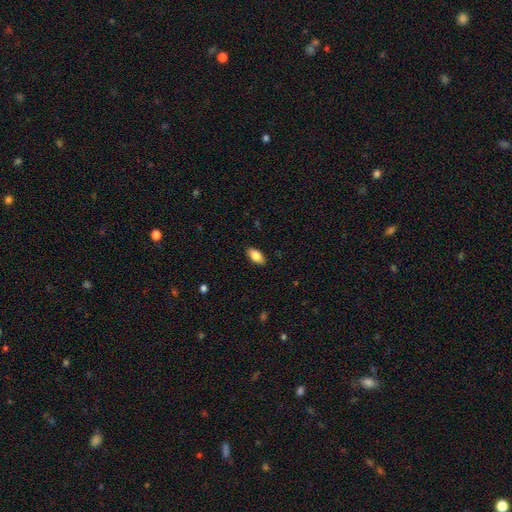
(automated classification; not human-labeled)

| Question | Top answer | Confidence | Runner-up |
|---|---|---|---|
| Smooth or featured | smooth | 81% | featured or disk (13%) |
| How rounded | in between | 91% | cigar-shaped (6%) |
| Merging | none | 88% | minor disturbance (9%) |